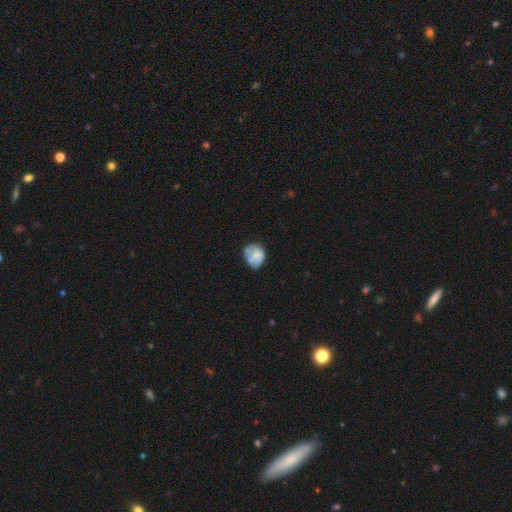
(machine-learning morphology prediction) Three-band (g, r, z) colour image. It shows a smooth galaxy with no disk features (67%) that is round (60%). Merging: none (51%).